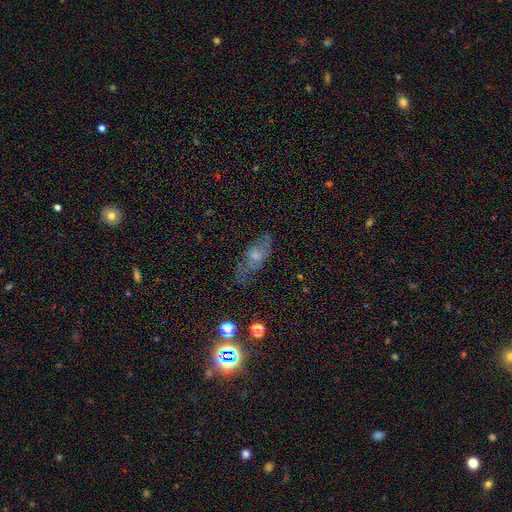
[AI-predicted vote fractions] Q: Smooth or featured?
A: smooth (46%); runner-up: featured or disk (40%)
Q: Merging?
A: none (61%); runner-up: minor disturbance (24%)